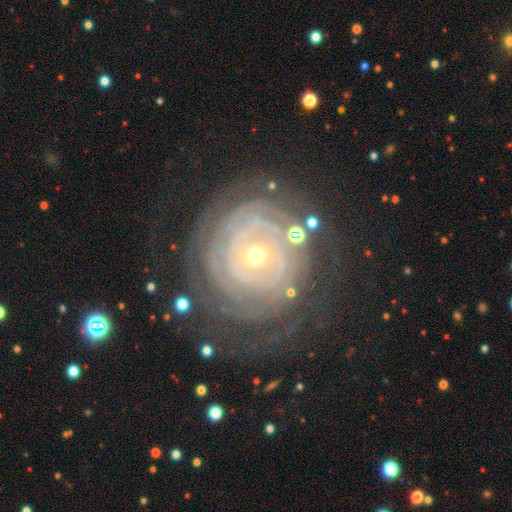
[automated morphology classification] Smooth or featured? featured or disk (86%)
Edge-on disk? no (97%)
Bar? no (71%)
Spiral arms? yes (93%)
Spiral winding? tight (88%)
Spiral arm count? can't tell (38%)
Bulge size? small (59%)
Merging? none (73%)